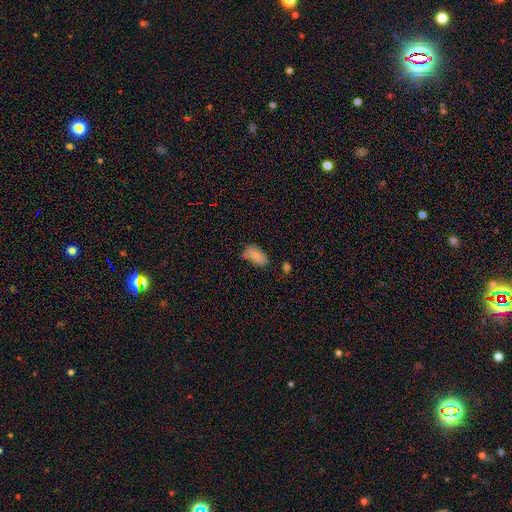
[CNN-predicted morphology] smooth-or-featured: smooth: 80% | featured or disk: 10% | star or artifact: 10%
  how-rounded: in between: 92% | cigar-shaped: 4% | round: 4%
  merging: none: 46% | minor disturbance: 33% | major disturbance: 12% | merger: 9%